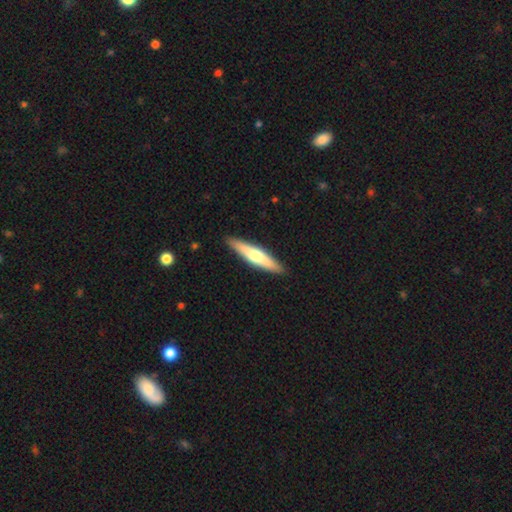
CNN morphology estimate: Smooth or featured?
  - smooth: 51% *
  - featured or disk: 45%
  - star or artifact: 5%
How rounded?
  - cigar-shaped: 84% *
  - in between: 15%
  - round: 1%
Merging?
  - none: 90% *
  - minor disturbance: 7%
  - major disturbance: 1%
  - merger: 1%